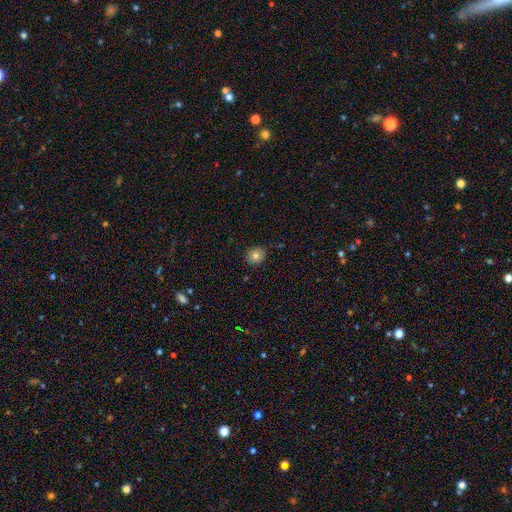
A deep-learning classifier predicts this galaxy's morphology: smooth_or_featured: smooth (p=0.79) [alt: featured or disk p=0.11]
how_rounded: round (p=0.68) [alt: in between p=0.32]
merging: none (p=0.86) [alt: minor disturbance p=0.11]